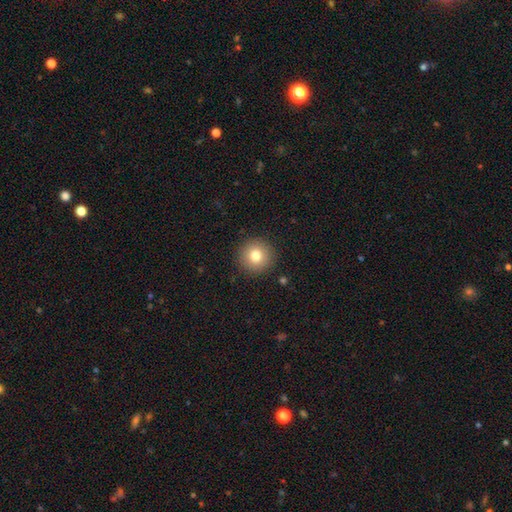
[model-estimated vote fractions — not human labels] Smooth or featured?
  - smooth: 80% *
  - star or artifact: 10%
  - featured or disk: 10%
How rounded?
  - round: 95% *
  - in between: 4%
  - cigar-shaped: 1%
Merging?
  - none: 91% *
  - minor disturbance: 6%
  - major disturbance: 2%
  - merger: 1%